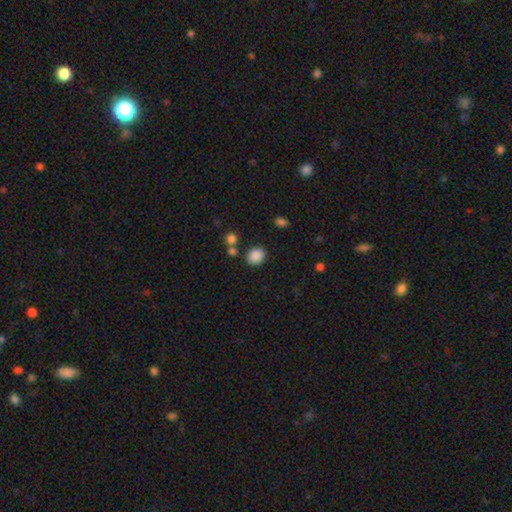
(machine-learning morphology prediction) The model was most divided on "how rounded": round: 61%, in between: 38%, cigar-shaped: 1%. More confident: smooth or featured — smooth (87%); merging — none (79%).